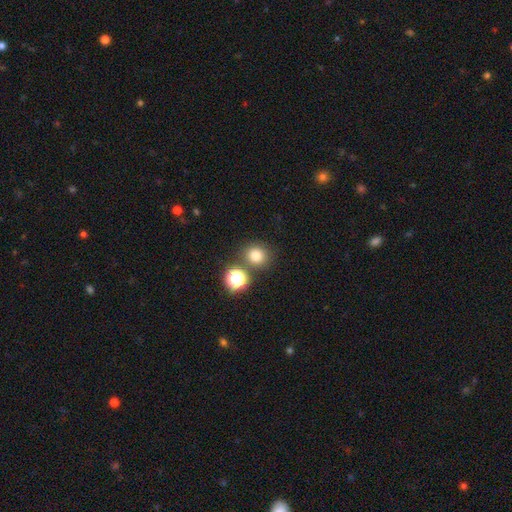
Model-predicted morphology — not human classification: smooth_or_featured: smooth (p=0.77) [alt: star or artifact p=0.17]
how_rounded: round (p=0.86) [alt: in between p=0.13]
merging: none (p=0.76) [alt: merger p=0.12]